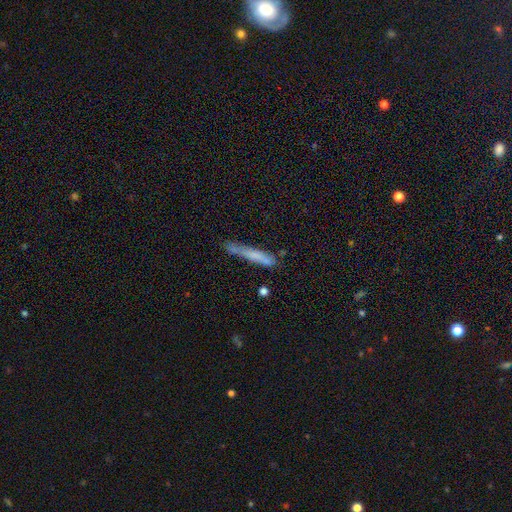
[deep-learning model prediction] Smooth or featured? Predicted: smooth (p=0.63). How rounded? Predicted: cigar-shaped (p=0.94). Merging? Predicted: none (p=0.64).